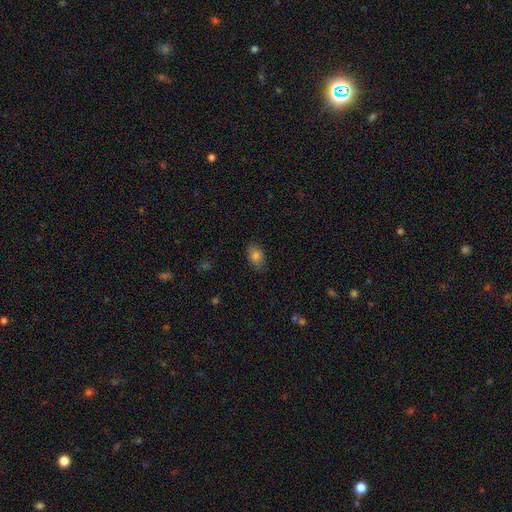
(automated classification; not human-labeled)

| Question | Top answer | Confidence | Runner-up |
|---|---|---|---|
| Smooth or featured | smooth | 81% | star or artifact (10%) |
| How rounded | in between | 76% | round (22%) |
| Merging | none | 78% | minor disturbance (17%) |